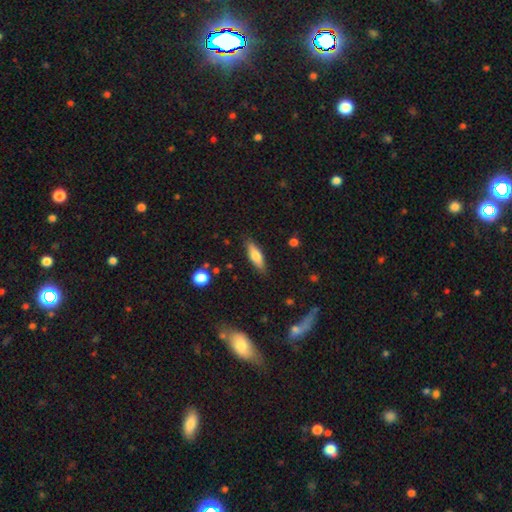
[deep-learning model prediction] The model was most divided on "how rounded": cigar-shaped: 50%, in between: 48%, round: 2%. More confident: merging — none (86%); smooth or featured — smooth (69%).